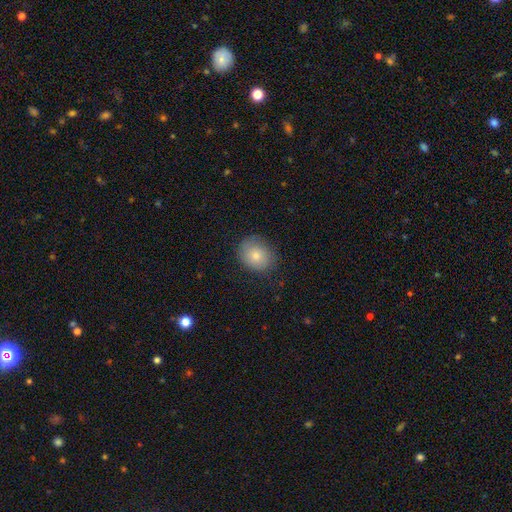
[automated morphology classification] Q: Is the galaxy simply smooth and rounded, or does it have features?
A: smooth — 77%.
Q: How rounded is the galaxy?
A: round — 66%.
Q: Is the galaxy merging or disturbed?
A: none — 77%.